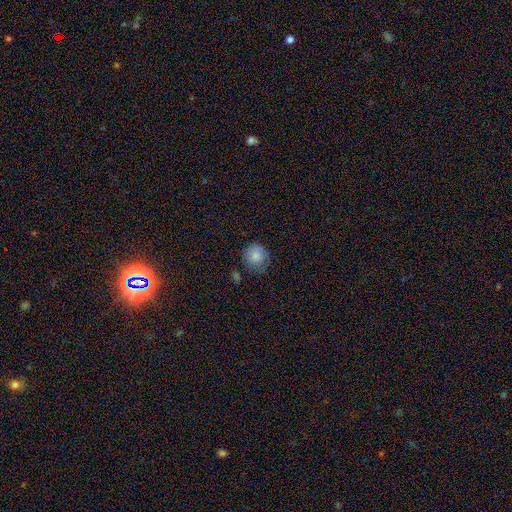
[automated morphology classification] smooth 84%, star or artifact 9%, featured or disk 7%. Down the decision tree: how rounded — round (86%); merging — none (69%).